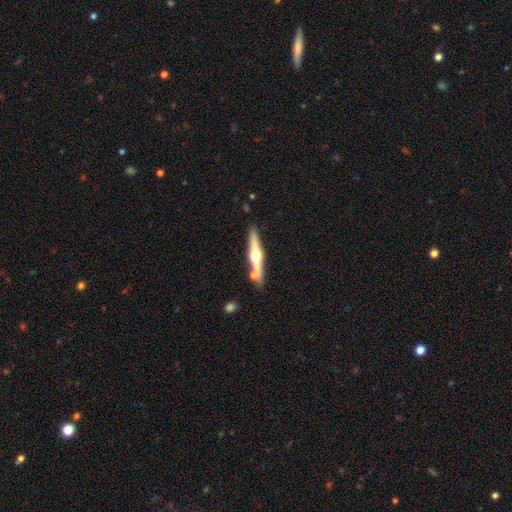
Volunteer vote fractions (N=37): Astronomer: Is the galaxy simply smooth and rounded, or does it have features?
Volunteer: featured or disk — 62%.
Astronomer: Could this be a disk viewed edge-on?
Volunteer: yes — 100%.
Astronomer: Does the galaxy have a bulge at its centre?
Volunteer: rounded — 96%.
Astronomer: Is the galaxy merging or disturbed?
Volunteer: none — 83%.